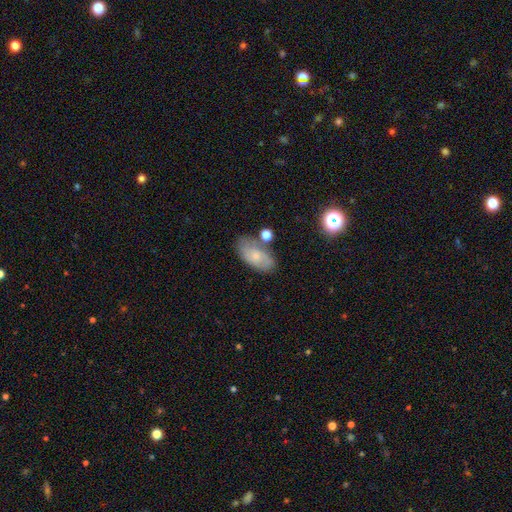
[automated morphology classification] Smooth or featured?
  - smooth: 61% *
  - featured or disk: 30%
  - star or artifact: 8%
How rounded?
  - in between: 91% *
  - round: 5%
  - cigar-shaped: 4%
Merging?
  - none: 62% *
  - minor disturbance: 21%
  - merger: 11%
  - major disturbance: 6%